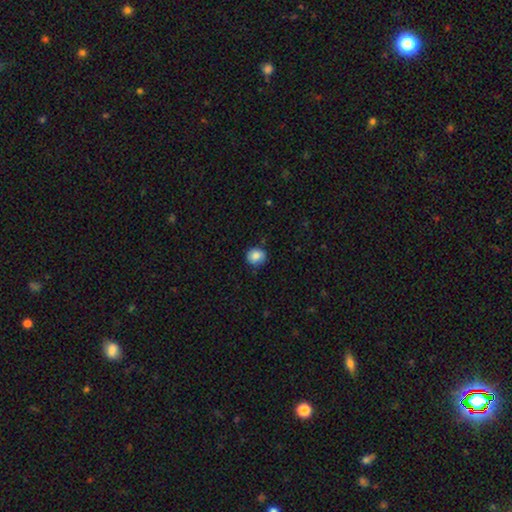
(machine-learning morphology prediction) Smooth or featured? smooth (84%)
How rounded? round (80%)
Merging? none (82%)